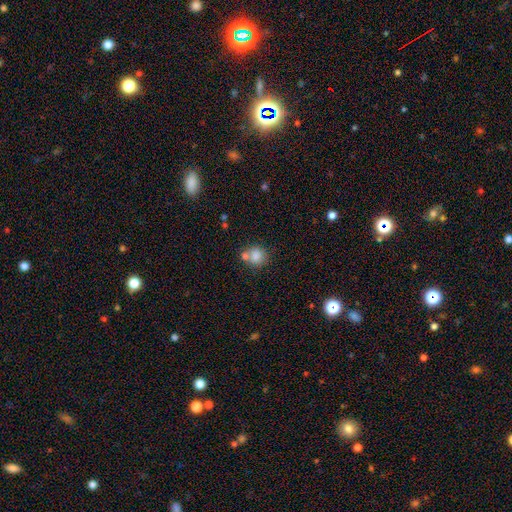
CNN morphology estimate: smooth-or-featured: smooth: 82% | star or artifact: 10% | featured or disk: 8%
  how-rounded: round: 83% | in between: 16% | cigar-shaped: 1%
  merging: none: 57% | merger: 28% | minor disturbance: 11% | major disturbance: 4%